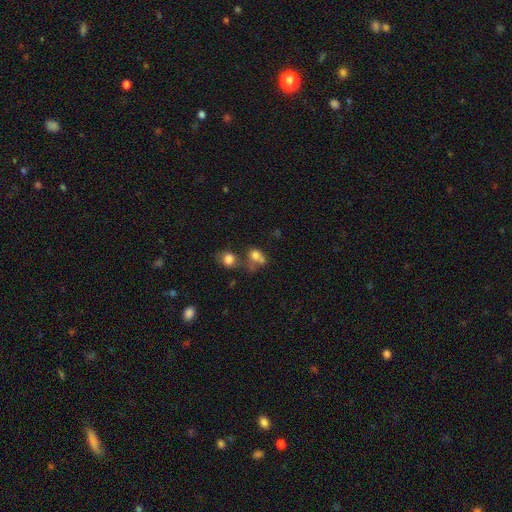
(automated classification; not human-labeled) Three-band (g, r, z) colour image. It shows a smooth galaxy with no disk features (72%) that is round (55%). Merging: merger (45%).